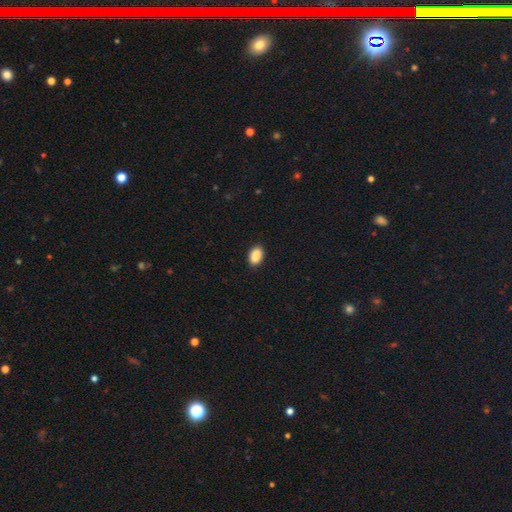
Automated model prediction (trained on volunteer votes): Overall: smooth (90%). How rounded: in between (90%). Merging: none (90%).